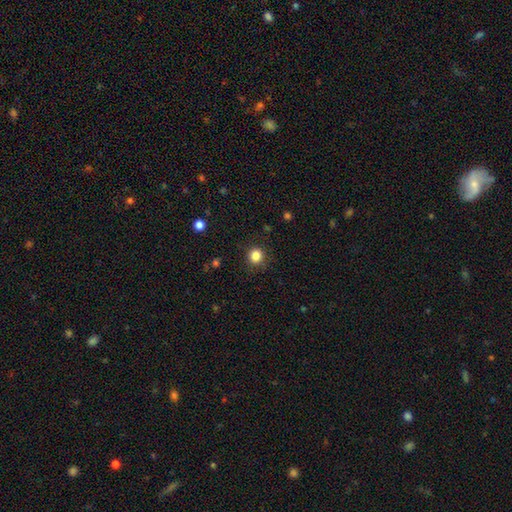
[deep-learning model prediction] The model was most divided on "smooth or featured": smooth: 84%, star or artifact: 12%, featured or disk: 4%. More confident: how rounded — round (91%); merging — none (89%).